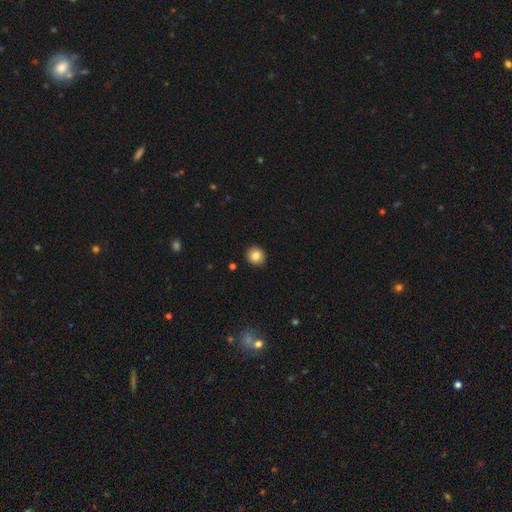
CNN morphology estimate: Overall: smooth (84%). How rounded: round (86%). Merging: none (91%).